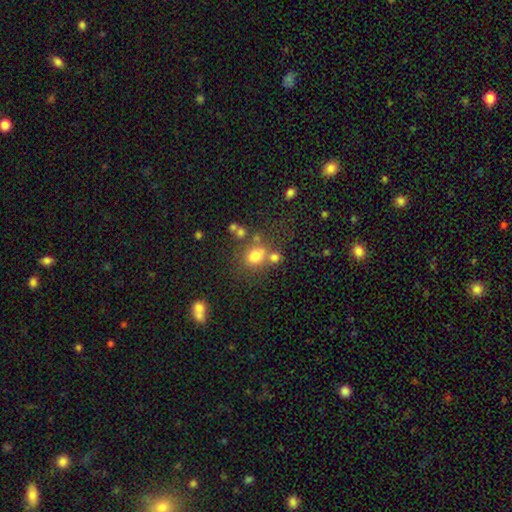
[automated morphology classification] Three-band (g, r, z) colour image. It shows a smooth galaxy with no disk features (73%) that is round (49%, tied with in between). Merging: none (49%).